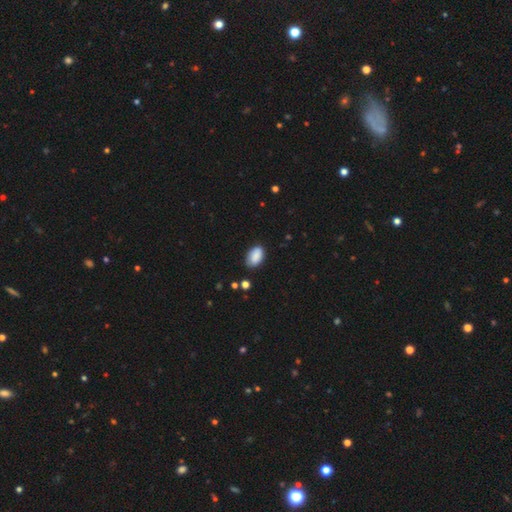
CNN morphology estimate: The model was most divided on "merging": none: 79%, minor disturbance: 16%, major disturbance: 3%, merger: 2%. More confident: how rounded — in between (92%); smooth or featured — smooth (87%).